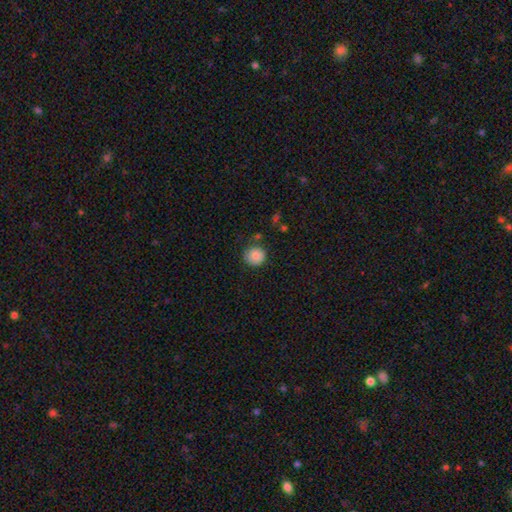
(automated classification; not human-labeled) Smooth or featured?
  - smooth: 86% *
  - star or artifact: 9%
  - featured or disk: 6%
How rounded?
  - round: 92% *
  - in between: 7%
  - cigar-shaped: 1%
Merging?
  - none: 77% *
  - minor disturbance: 16%
  - major disturbance: 4%
  - merger: 3%